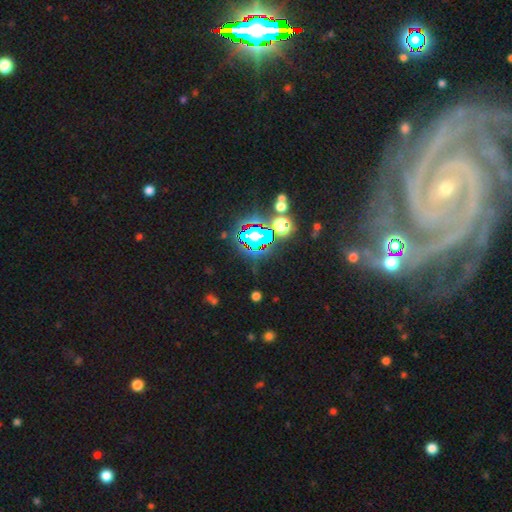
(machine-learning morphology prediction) A star or artifact, not a galaxy (70%).

Vote fractions:
- Smooth or featured? star or artifact: 70% / featured or disk: 16% / smooth: 15%